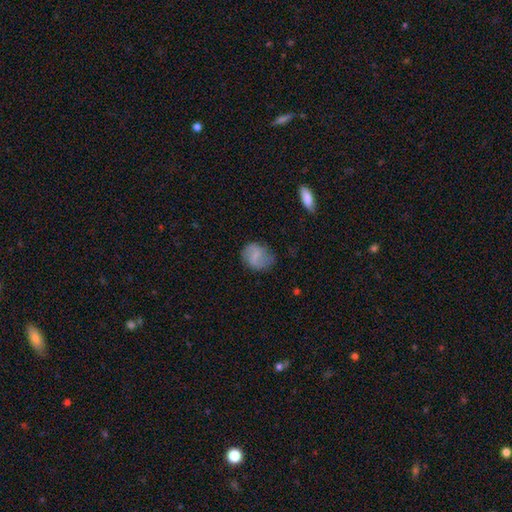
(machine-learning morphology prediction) Overall: smooth (53%; featured or disk 39%). How rounded: round (55%; in between 43%). Merging: none (71%).